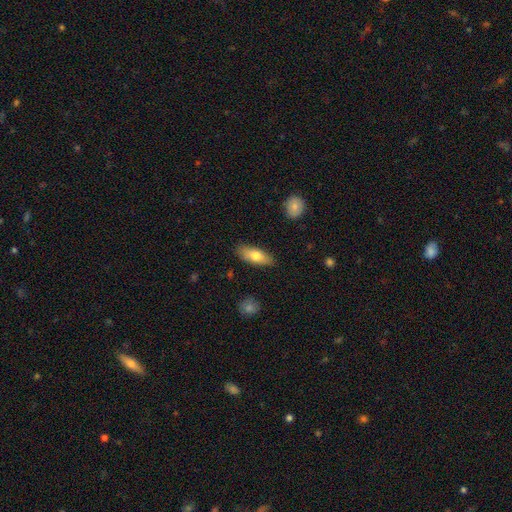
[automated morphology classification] This is likely a smooth galaxy (72%). How rounded: likely in between (71%). Merging: clearly none (86%).